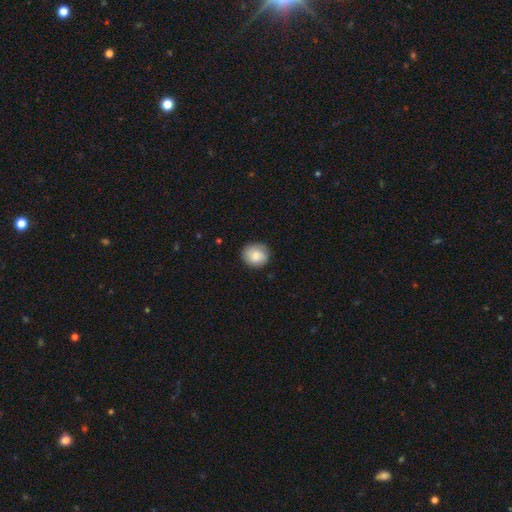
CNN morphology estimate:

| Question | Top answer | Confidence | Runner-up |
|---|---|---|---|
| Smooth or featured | smooth | 83% | featured or disk (9%) |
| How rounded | round | 80% | in between (19%) |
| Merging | none | 83% | minor disturbance (13%) |